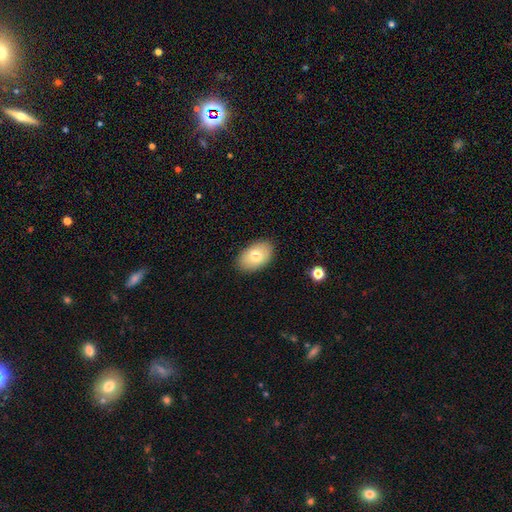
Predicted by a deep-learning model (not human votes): This appears to be a smooth galaxy with no disk features (77%) that is in between round and cigar-shaped (92%). Merging: none (87%).